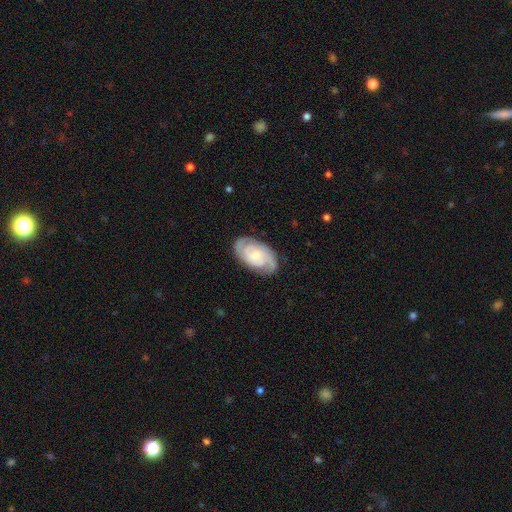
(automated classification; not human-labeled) Overall: featured or disk (81%). Edge-on disk: no (96%). Bar: no (64%; weak 30%). Spiral arms: yes (97%). Spiral arm count: 2 (72%). Spiral winding: tight (61%; medium 33%). Bulge size: small (52%; moderate 35%). Merging: none (82%).